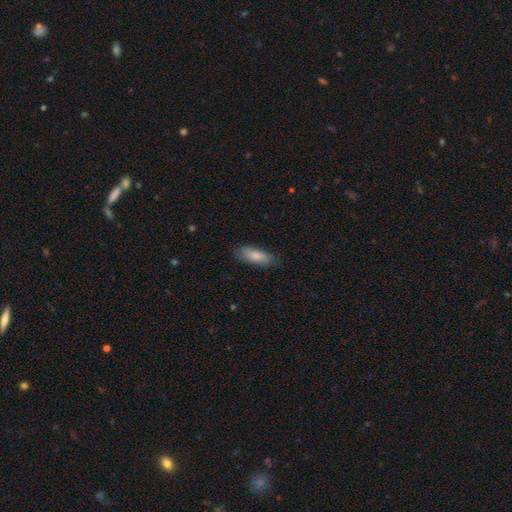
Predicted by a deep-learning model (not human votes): smooth_or_featured: smooth (p=0.83) [alt: featured or disk p=0.11]
how_rounded: in between (p=0.70) [alt: cigar-shaped p=0.28]
merging: none (p=0.75) [alt: minor disturbance p=0.19]